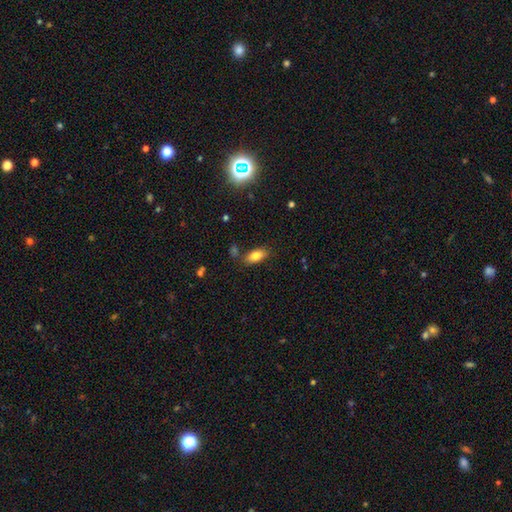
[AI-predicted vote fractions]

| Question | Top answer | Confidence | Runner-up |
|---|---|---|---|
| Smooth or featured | smooth | 81% | featured or disk (11%) |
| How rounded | in between | 87% | cigar-shaped (10%) |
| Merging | none | 79% | minor disturbance (12%) |